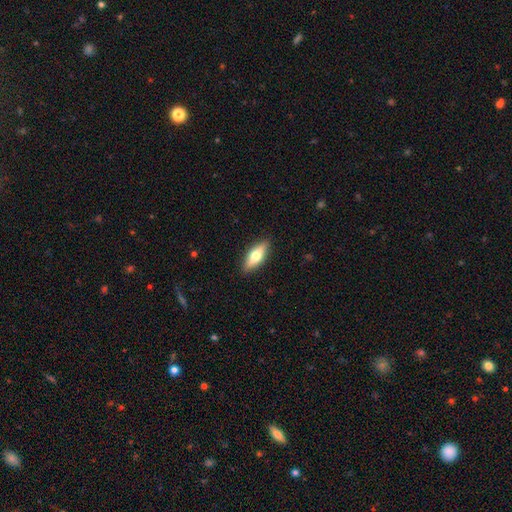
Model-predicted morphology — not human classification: Smooth or featured? Predicted: smooth (p=0.56). How rounded? Predicted: in between (p=0.59). Merging? Predicted: none (p=0.89).